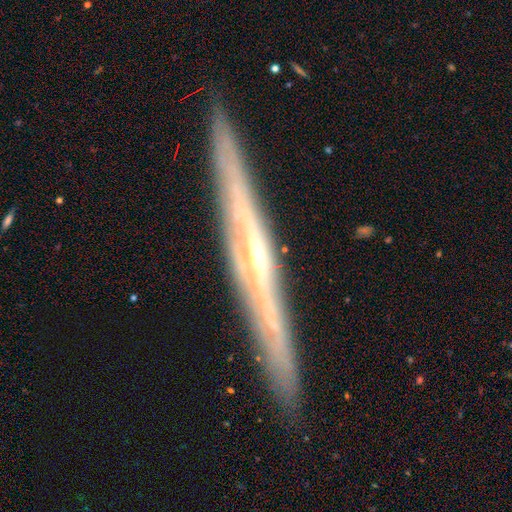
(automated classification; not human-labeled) Overall: featured or disk (82%). Edge-on disk: yes (96%). Edge-on bulge: rounded (51%; none 40%). Merging: none (90%).